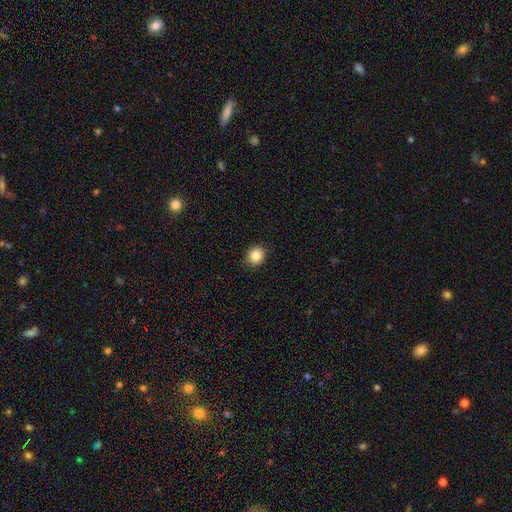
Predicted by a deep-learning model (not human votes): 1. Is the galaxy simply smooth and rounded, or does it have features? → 85% smooth, 10% star or artifact, 5% featured or disk.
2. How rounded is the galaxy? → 71% round, 28% in between, 1% cigar-shaped.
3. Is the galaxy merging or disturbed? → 90% none, 7% minor disturbance, 2% major disturbance, 1% merger.